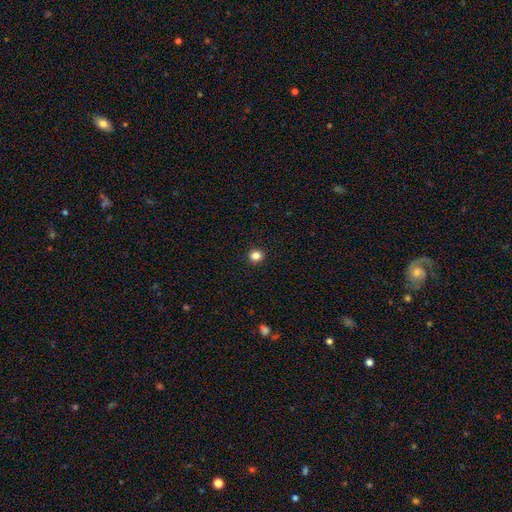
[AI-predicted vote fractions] This appears to be a smooth galaxy with no disk features (84%) that is round (82%). Merging: none (93%).